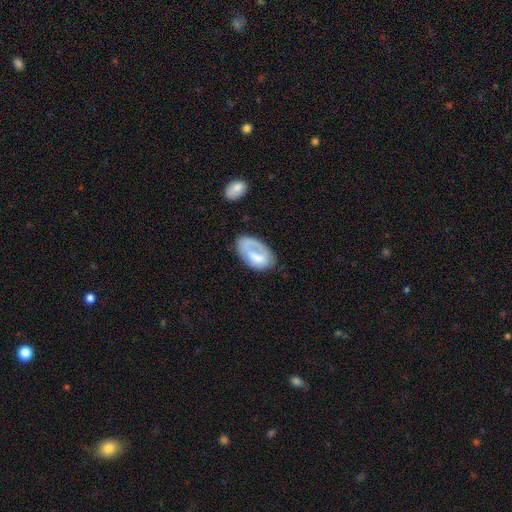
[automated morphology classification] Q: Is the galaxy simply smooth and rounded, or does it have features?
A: smooth — 58%.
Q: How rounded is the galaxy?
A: in between — 93%.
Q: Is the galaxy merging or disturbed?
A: none — 49%.